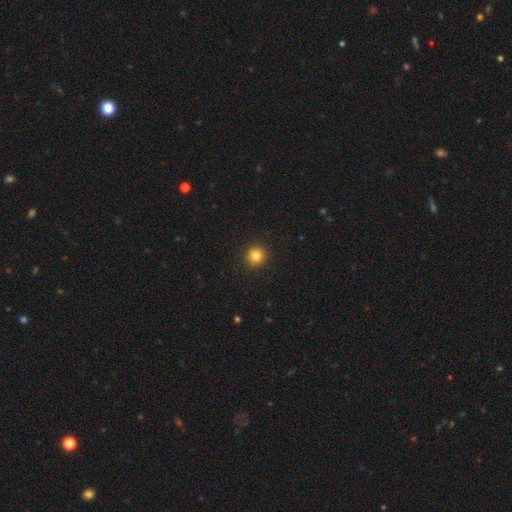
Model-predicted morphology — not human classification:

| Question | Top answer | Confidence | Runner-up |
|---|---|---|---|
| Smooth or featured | smooth | 84% | star or artifact (11%) |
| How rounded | round | 93% | in between (6%) |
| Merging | none | 92% | minor disturbance (5%) |